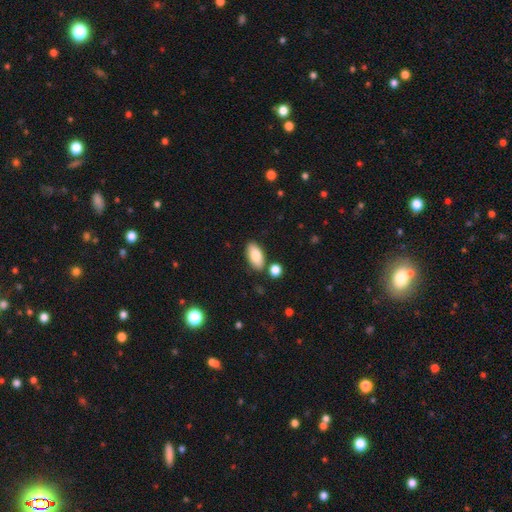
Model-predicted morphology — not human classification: Smooth or featured? Predicted: smooth (p=0.83). How rounded? Predicted: in between (p=0.91). Merging? Predicted: none (p=0.81).